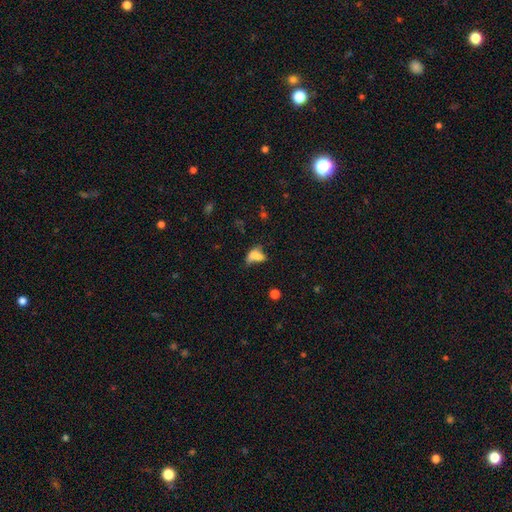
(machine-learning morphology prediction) A smooth galaxy with no disk features (66%) that is in between round and cigar-shaped (74%).

Vote fractions:
- Smooth or featured? smooth: 66% / featured or disk: 21% / star or artifact: 13%
- How rounded? in between: 74% / round: 16% / cigar-shaped: 11%
- Merging? merger: 51% / none: 21% / major disturbance: 15% / minor disturbance: 13%